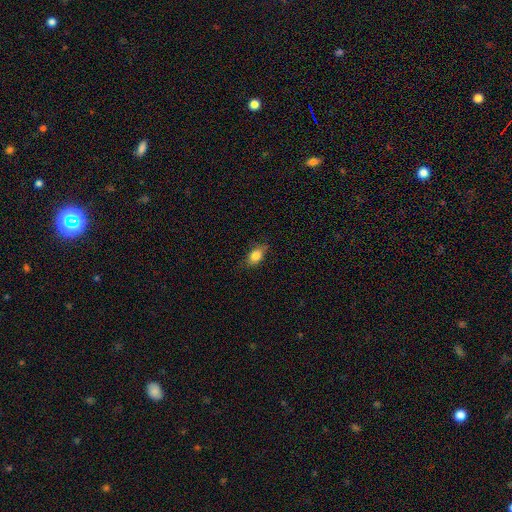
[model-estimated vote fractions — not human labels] This is clearly a smooth galaxy (83%). How rounded: clearly in between (84%). Merging: likely none (74%).